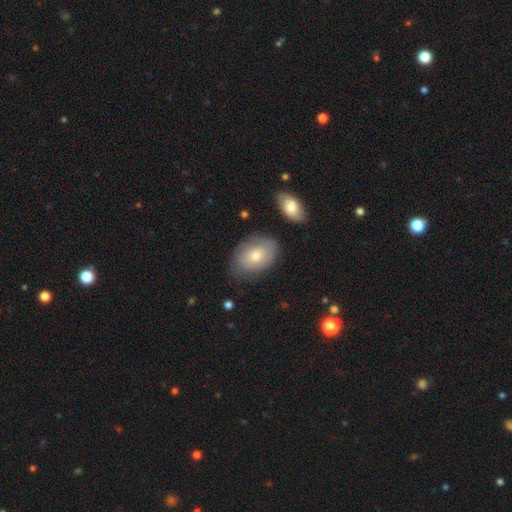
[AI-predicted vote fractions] A smooth galaxy with no disk features (69%) that is in between round and cigar-shaped (85%).

Vote fractions:
- Smooth or featured? smooth: 69% / featured or disk: 24% / star or artifact: 6%
- How rounded? in between: 85% / round: 14% / cigar-shaped: 1%
- Merging? none: 69% / minor disturbance: 21% / major disturbance: 6% / merger: 4%